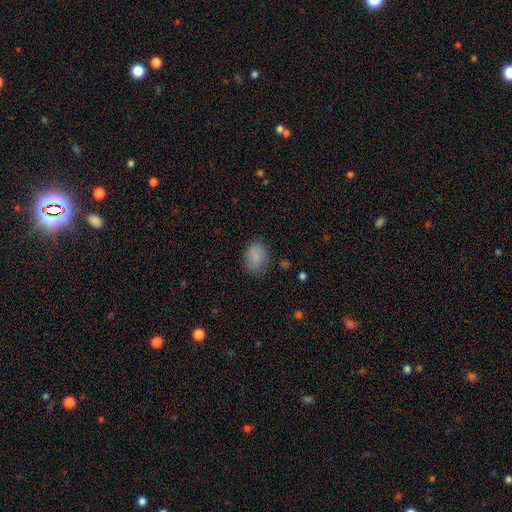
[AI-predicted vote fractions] Smooth or featured? smooth (83%)
How rounded? in between (59%)
Merging? none (76%)